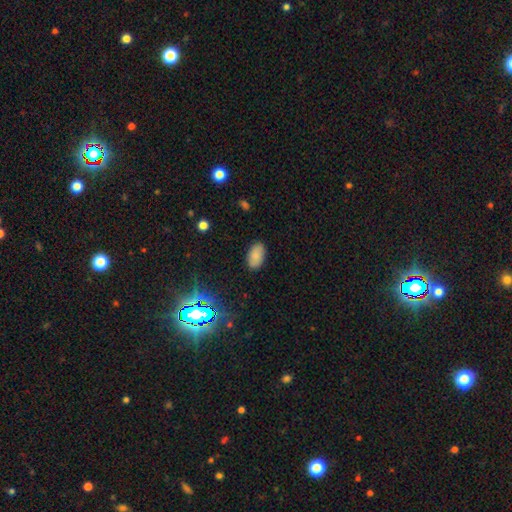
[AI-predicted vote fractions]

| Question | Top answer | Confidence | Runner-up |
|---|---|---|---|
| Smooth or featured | smooth | 84% | star or artifact (11%) |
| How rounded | in between | 94% | round (4%) |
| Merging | none | 87% | minor disturbance (10%) |